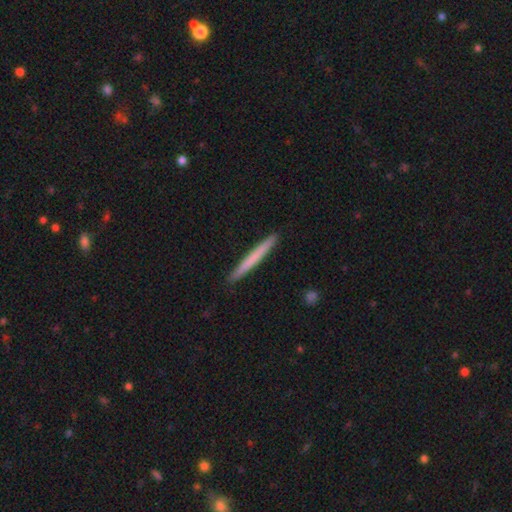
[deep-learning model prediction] Smooth or featured?
  - smooth: 66% *
  - featured or disk: 29%
  - star or artifact: 5%
How rounded?
  - cigar-shaped: 97% *
  - in between: 2%
  - round: 1%
Merging?
  - none: 93% *
  - minor disturbance: 5%
  - major disturbance: 1%
  - merger: 1%